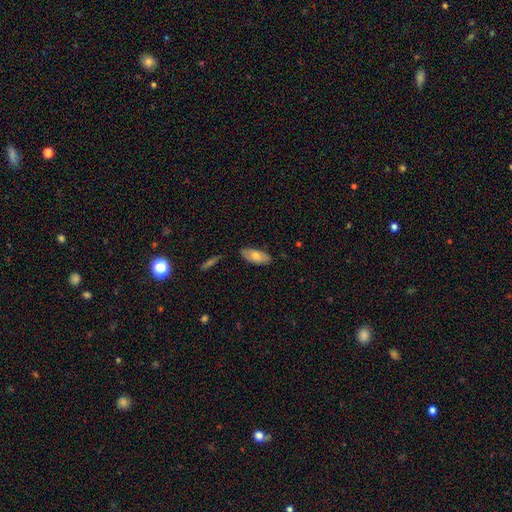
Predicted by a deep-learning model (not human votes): smooth_or_featured: smooth (p=0.71) [alt: featured or disk p=0.22]
how_rounded: in between (p=0.86) [alt: cigar-shaped p=0.12]
merging: none (p=0.82) [alt: minor disturbance p=0.14]